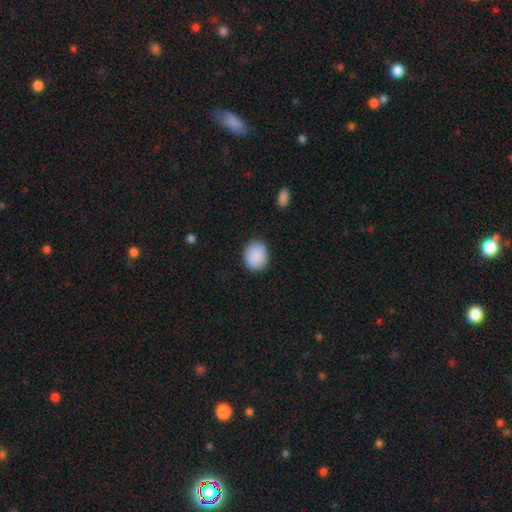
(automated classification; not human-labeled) This is clearly a smooth galaxy (90%). How rounded: likely round (62%). Merging: clearly none (88%).